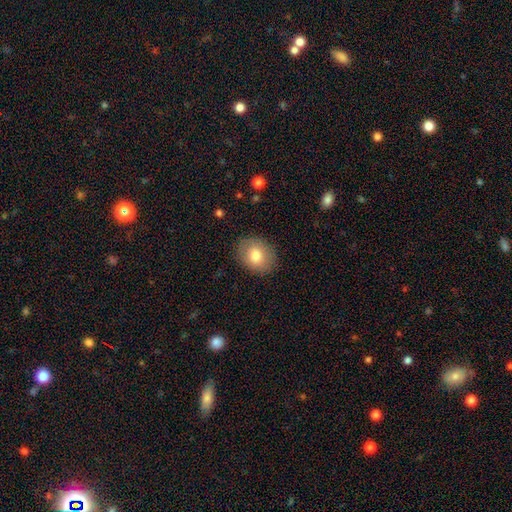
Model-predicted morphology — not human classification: Smooth or featured: smooth — 80% (featured or disk — 12%)
How rounded: round — 50% (in between — 49%)
Merging: none — 86% (minor disturbance — 10%)